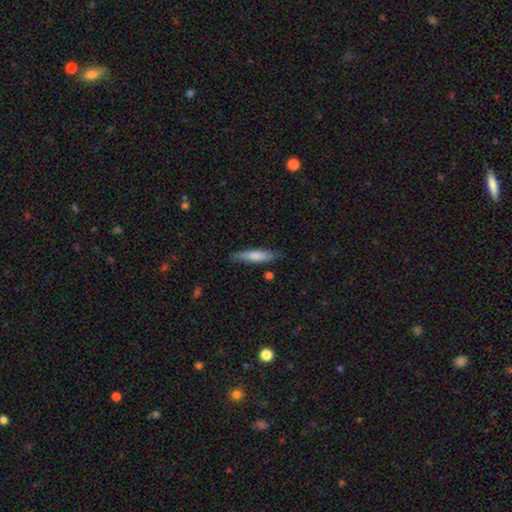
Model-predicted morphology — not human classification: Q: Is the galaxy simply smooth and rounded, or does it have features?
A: smooth — 71%.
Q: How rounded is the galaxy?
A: cigar-shaped — 81%.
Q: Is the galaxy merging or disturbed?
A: none — 81%.